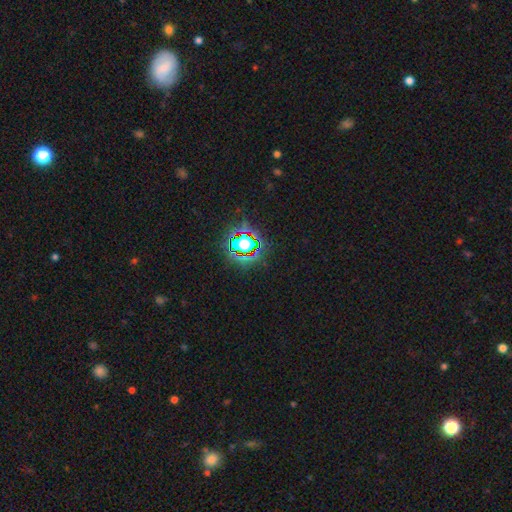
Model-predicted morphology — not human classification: Smooth or featured? Predicted: star or artifact (p=0.81).